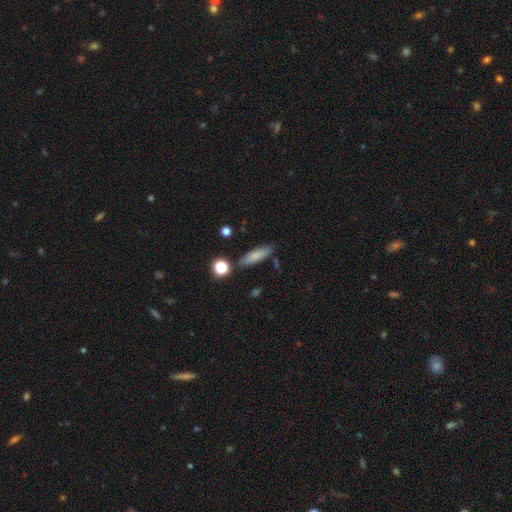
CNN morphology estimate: smooth-or-featured: smooth: 79% | featured or disk: 12% | star or artifact: 8%
  how-rounded: cigar-shaped: 56% | in between: 41% | round: 3%
  merging: none: 78% | minor disturbance: 13% | merger: 5% | major disturbance: 3%